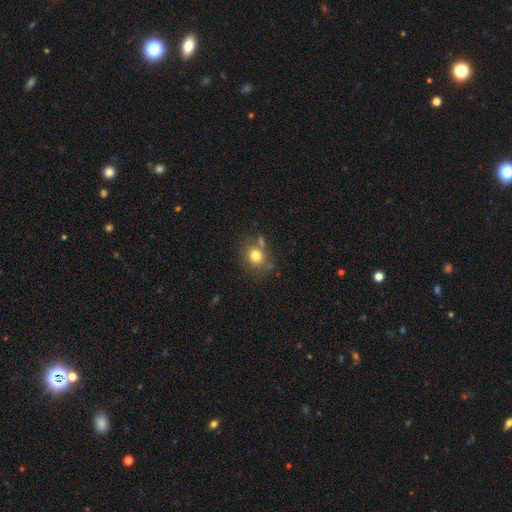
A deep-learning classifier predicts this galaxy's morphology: Smooth or featured: smooth — 78% (star or artifact — 11%)
How rounded: round — 64% (in between — 35%)
Merging: none — 61% (minor disturbance — 16%)